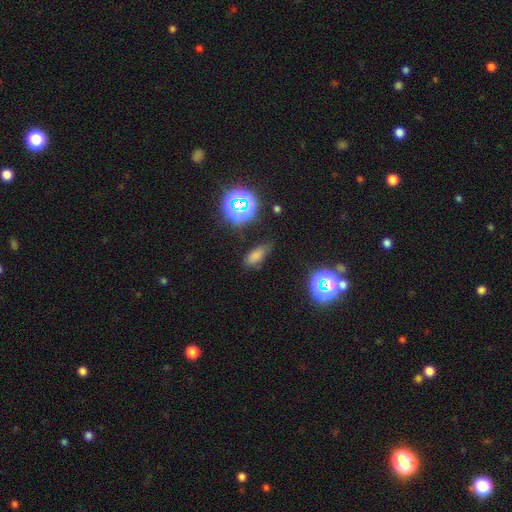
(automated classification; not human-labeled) Morphology: type=smooth (67%); roundness=in between (80%); merging=none (64%).